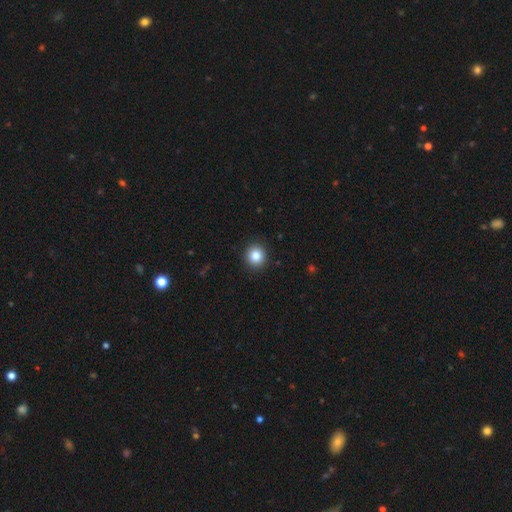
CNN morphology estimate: A smooth galaxy with no disk features (85%) that is round (89%).

Vote fractions:
- Smooth or featured? smooth: 85% / star or artifact: 10% / featured or disk: 5%
- How rounded? round: 89% / in between: 10% / cigar-shaped: 1%
- Merging? none: 92% / minor disturbance: 5% / major disturbance: 2% / merger: 1%